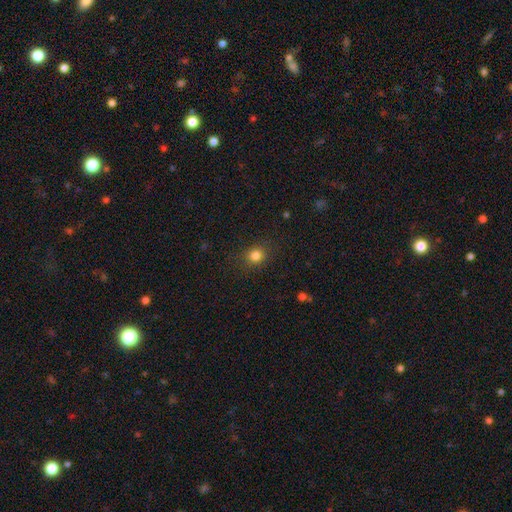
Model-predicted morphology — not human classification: smooth 82%, star or artifact 13%, featured or disk 5%. Down the decision tree: how rounded — round (75%); merging — none (87%).